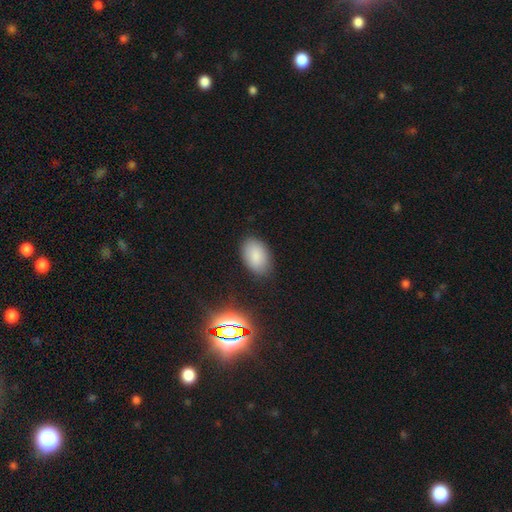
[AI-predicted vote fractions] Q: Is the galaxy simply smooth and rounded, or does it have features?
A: smooth — 84%.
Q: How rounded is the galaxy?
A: in between — 91%.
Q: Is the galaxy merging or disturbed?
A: none — 85%.